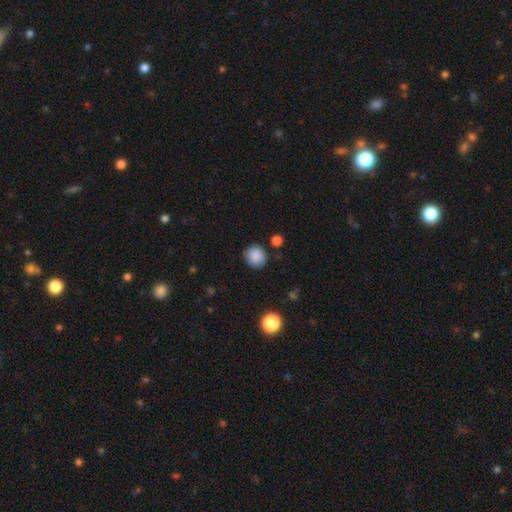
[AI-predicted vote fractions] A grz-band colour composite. It shows a smooth galaxy with no disk features (87%) that is round (89%). Merging: none (85%).